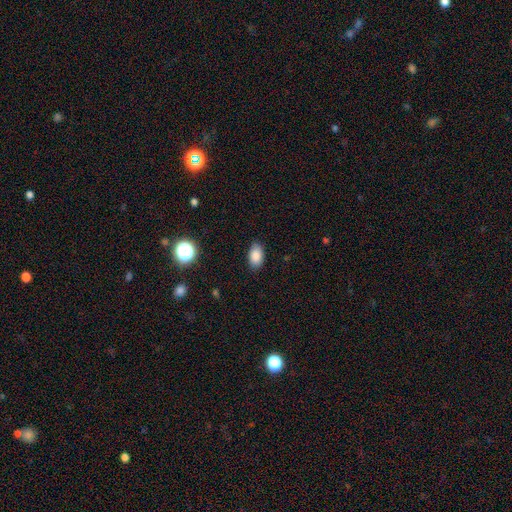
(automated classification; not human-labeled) This is clearly a smooth galaxy (86%). How rounded: clearly in between (91%). Merging: clearly none (85%).